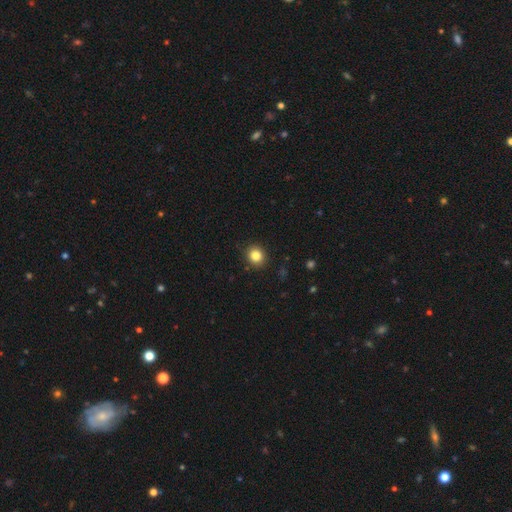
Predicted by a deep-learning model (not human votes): A smooth galaxy with no disk features (84%) that is round (81%). Merging: none (90%).